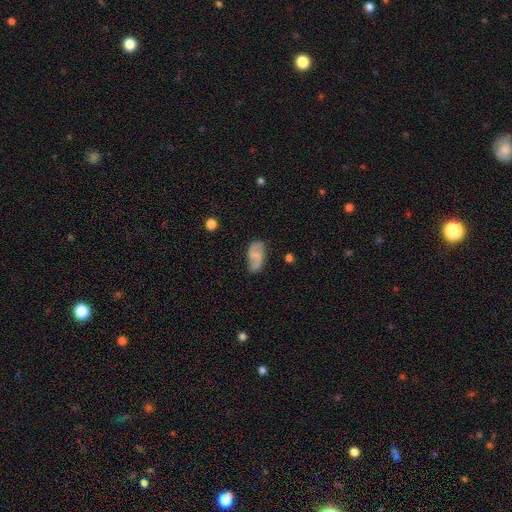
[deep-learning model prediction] A featured or disk galaxy (46%). Merging: none (66%).